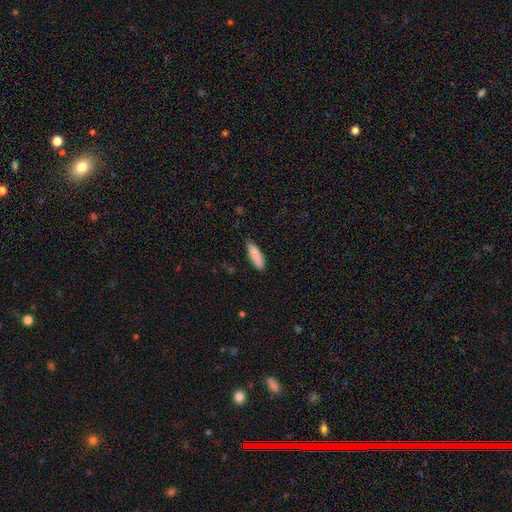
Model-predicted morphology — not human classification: The model was most divided on "how rounded": cigar-shaped: 54%, in between: 44%, round: 1%. More confident: smooth or featured — smooth (89%); merging — none (87%).